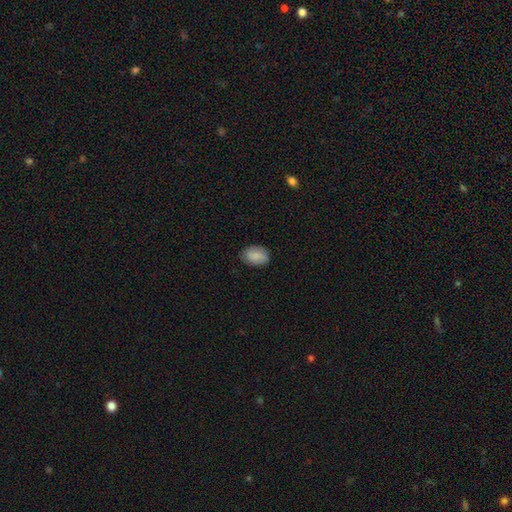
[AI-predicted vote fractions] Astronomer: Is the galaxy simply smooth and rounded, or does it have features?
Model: smooth — 86%.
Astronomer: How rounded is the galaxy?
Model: in between — 82%.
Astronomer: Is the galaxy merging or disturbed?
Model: none — 80%.